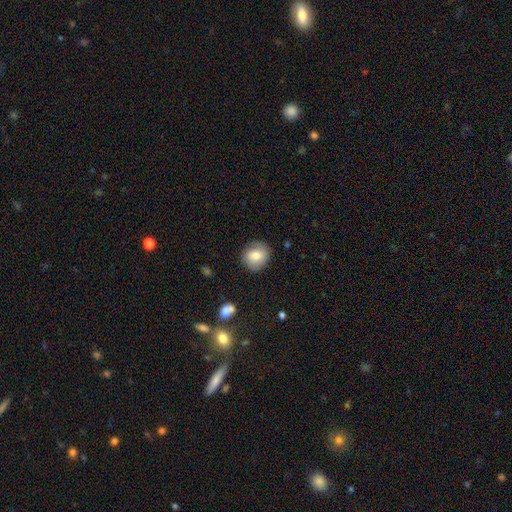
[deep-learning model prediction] This is likely a smooth galaxy (76%). How rounded: likely round (80%). Merging: clearly none (85%).